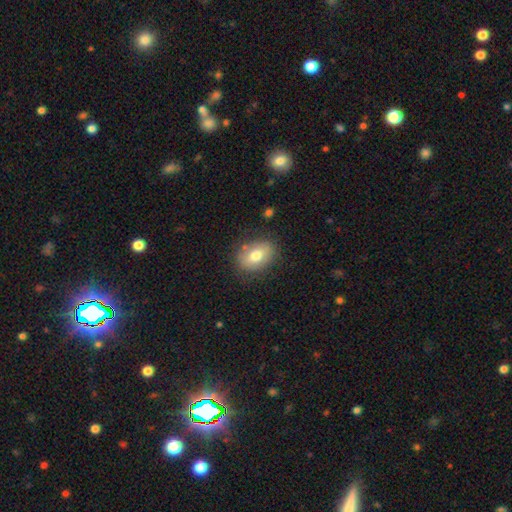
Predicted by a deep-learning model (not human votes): A smooth galaxy with no disk features (74%) that is in between round and cigar-shaped (77%).

Vote fractions:
- Smooth or featured? smooth: 74% / featured or disk: 18% / star or artifact: 8%
- How rounded? in between: 77% / round: 22% / cigar-shaped: 1%
- Merging? none: 78% / minor disturbance: 15% / major disturbance: 4% / merger: 2%